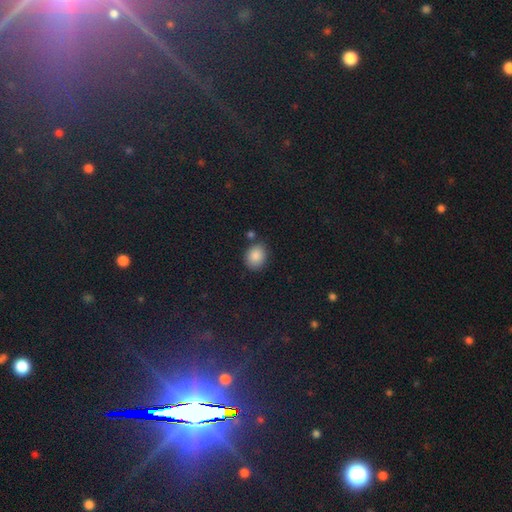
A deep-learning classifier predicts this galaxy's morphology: Overall: smooth (86%). How rounded: round (53%; in between 45%). Merging: none (76%).